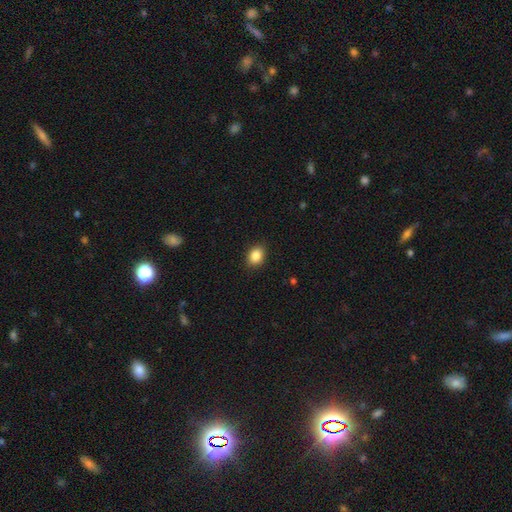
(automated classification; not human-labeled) Smooth or featured? smooth (87%)
How rounded? in between (62%)
Merging? none (89%)